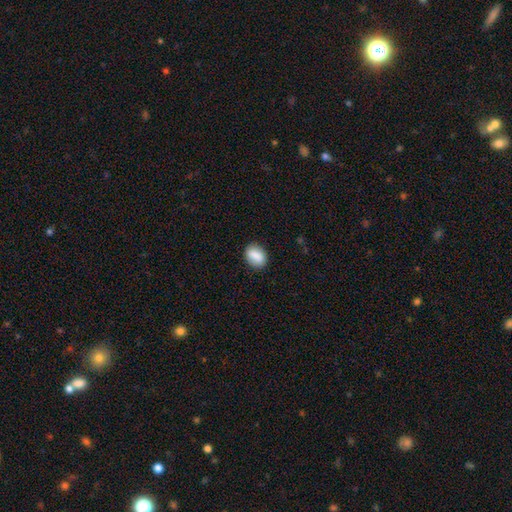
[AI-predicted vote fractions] Overall: smooth (85%). How rounded: in between (72%). Merging: none (86%).